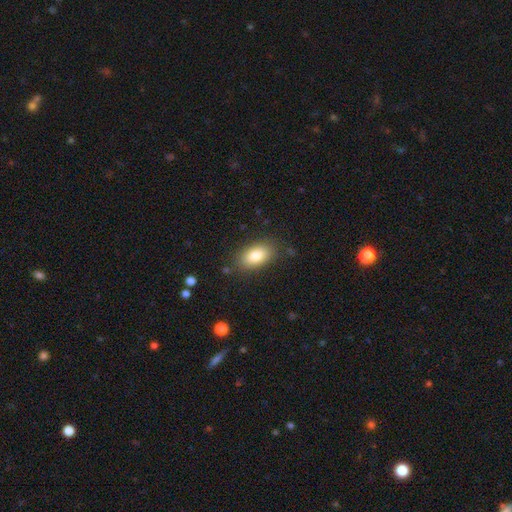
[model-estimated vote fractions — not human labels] This is clearly a smooth galaxy (82%). How rounded: clearly in between (91%). Merging: clearly none (83%).